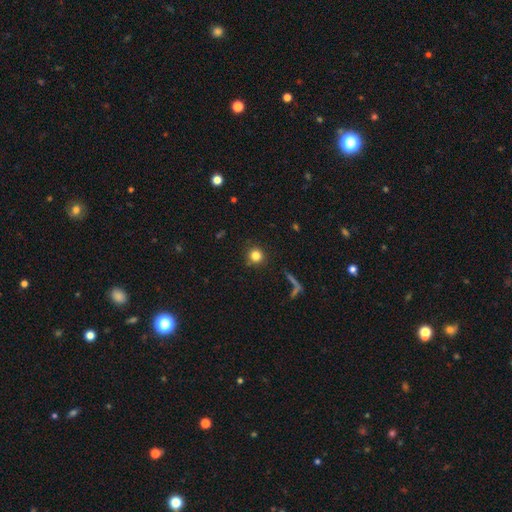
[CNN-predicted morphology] Smooth or featured?
  - smooth: 82% *
  - star or artifact: 12%
  - featured or disk: 6%
How rounded?
  - round: 93% *
  - in between: 5%
  - cigar-shaped: 1%
Merging?
  - none: 88% *
  - minor disturbance: 7%
  - major disturbance: 3%
  - merger: 2%